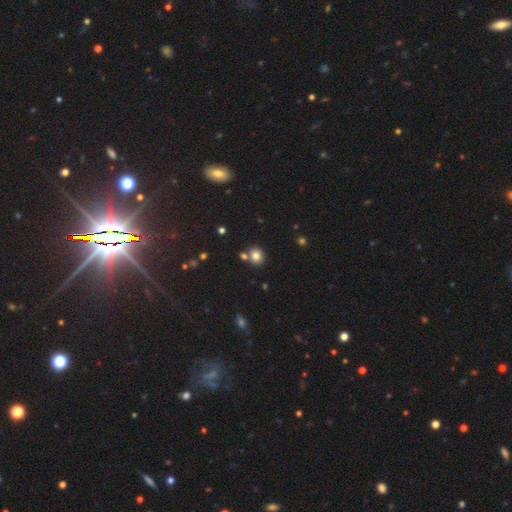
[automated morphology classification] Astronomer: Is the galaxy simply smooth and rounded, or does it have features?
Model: smooth — 80%.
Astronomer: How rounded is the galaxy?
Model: round — 77%.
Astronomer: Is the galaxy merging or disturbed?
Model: none — 71%.